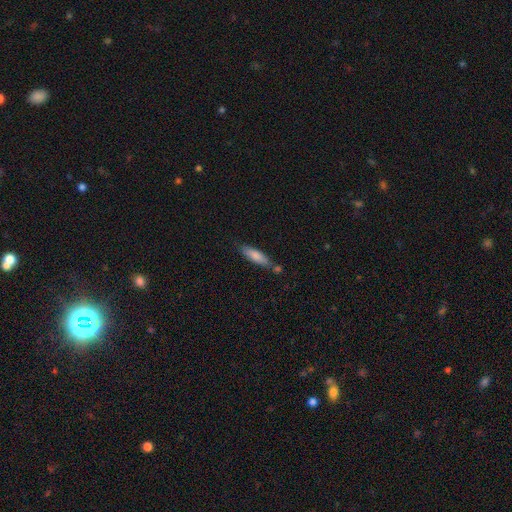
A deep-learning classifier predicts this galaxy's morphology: Smooth or featured? smooth (79%)
How rounded? cigar-shaped (68%)
Merging? none (69%)